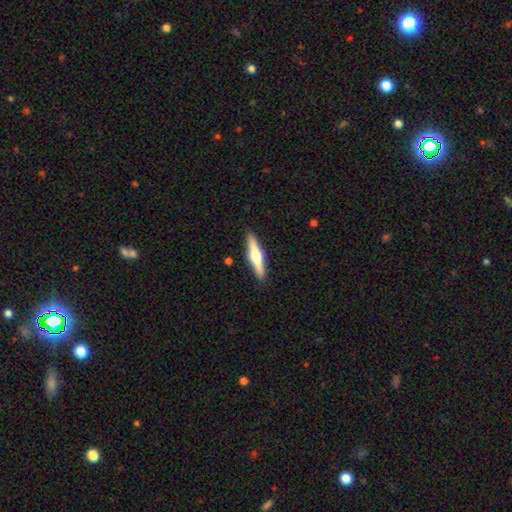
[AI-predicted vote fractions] Smooth or featured: featured or disk — 63% (smooth — 32%)
Edge-on disk: yes — 97% (no — 3%)
Edge-on bulge: rounded — 95% (boxy — 3%)
Merging: none — 91% (minor disturbance — 7%)